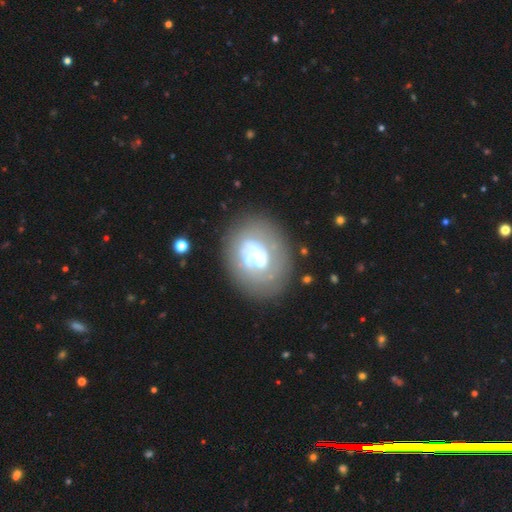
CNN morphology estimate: Smooth or featured? featured or disk (62%)
Edge-on disk? no (97%)
Bar? no (65%)
Spiral arms? yes (61%)
Bulge size? moderate (27%, tied with small)
Merging? none (62%)